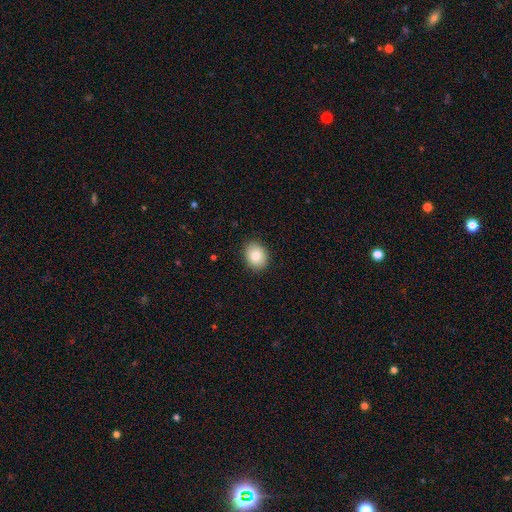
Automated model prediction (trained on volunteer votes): Smooth or featured: smooth — 84% (star or artifact — 8%)
How rounded: in between — 52% (round — 47%)
Merging: none — 89% (minor disturbance — 8%)